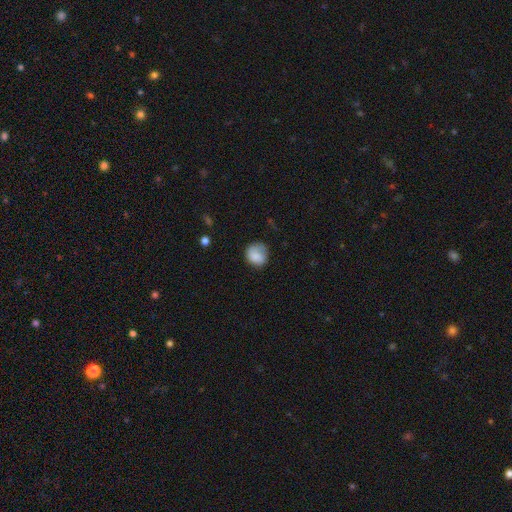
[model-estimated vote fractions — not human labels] Q: Smooth or featured?
A: smooth (83%); runner-up: featured or disk (9%)
Q: How rounded?
A: round (77%); runner-up: in between (22%)
Q: Merging?
A: none (60%); runner-up: minor disturbance (27%)